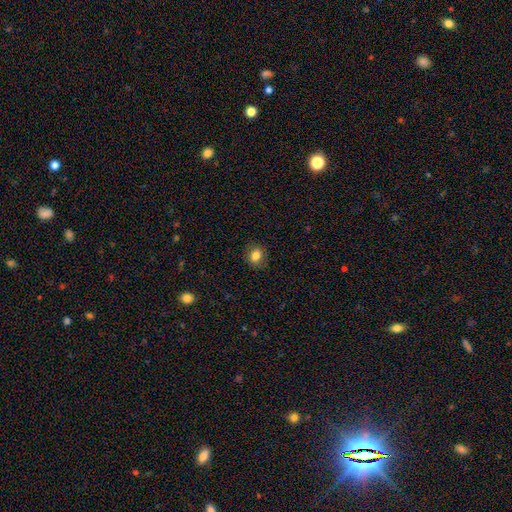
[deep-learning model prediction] Smooth or featured?
  - smooth: 82% *
  - star or artifact: 11%
  - featured or disk: 8%
How rounded?
  - round: 63% *
  - in between: 36%
  - cigar-shaped: 1%
Merging?
  - none: 87% *
  - minor disturbance: 10%
  - major disturbance: 3%
  - merger: 1%